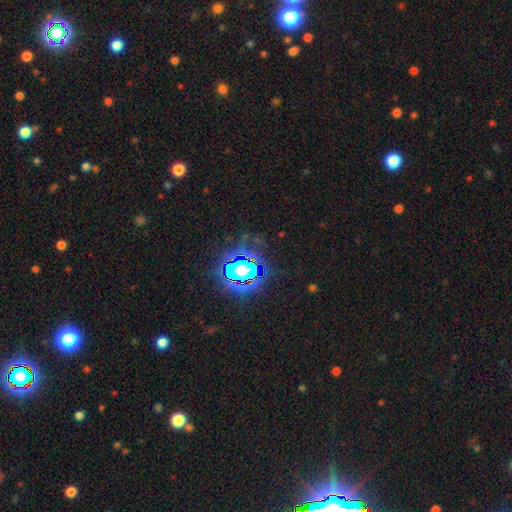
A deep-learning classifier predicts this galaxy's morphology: Smooth or featured: star or artifact — 84% (smooth — 10%)